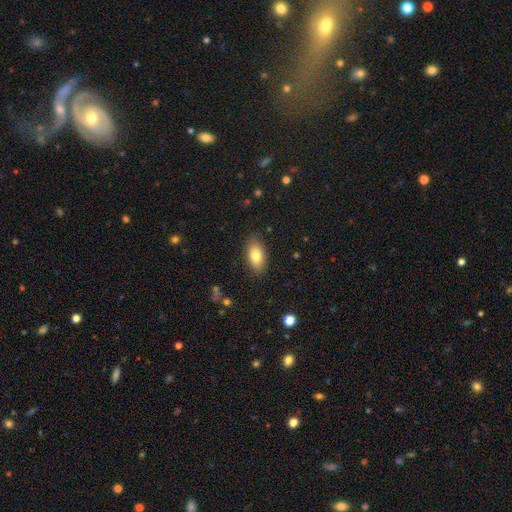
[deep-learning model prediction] Smooth or featured? smooth (82%)
How rounded? in between (91%)
Merging? none (85%)